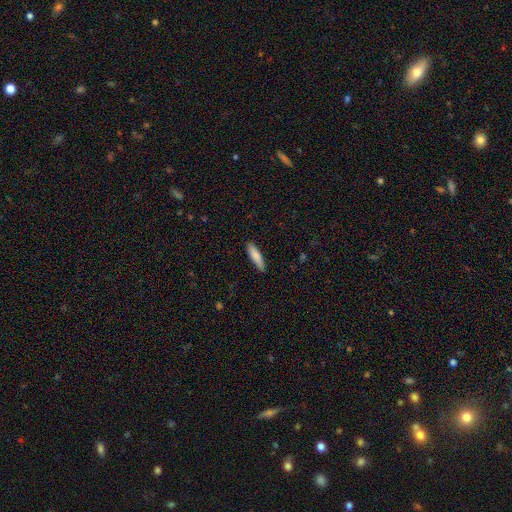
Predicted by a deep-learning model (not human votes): Morphology: type=smooth (82%); roundness=cigar-shaped (74%); merging=none (86%).